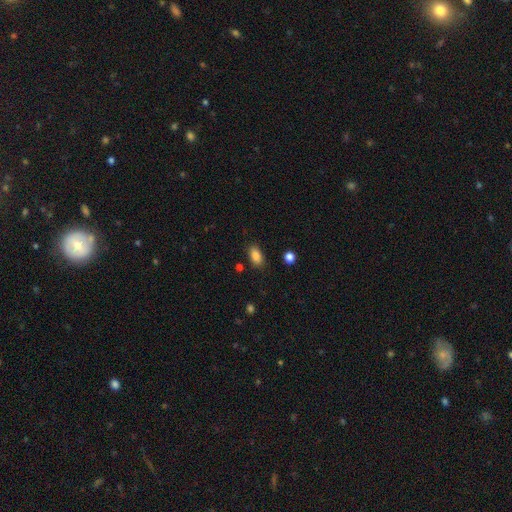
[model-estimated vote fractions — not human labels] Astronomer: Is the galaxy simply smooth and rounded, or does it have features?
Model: smooth — 87%.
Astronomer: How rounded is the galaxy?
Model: in between — 90%.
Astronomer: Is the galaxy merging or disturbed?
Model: none — 85%.